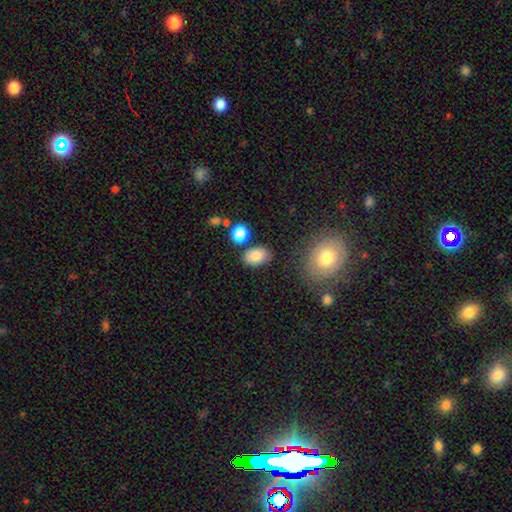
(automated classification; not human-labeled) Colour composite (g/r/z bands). It shows a smooth galaxy with no disk features (84%) that is in between round and cigar-shaped (86%). Merging: none (79%).